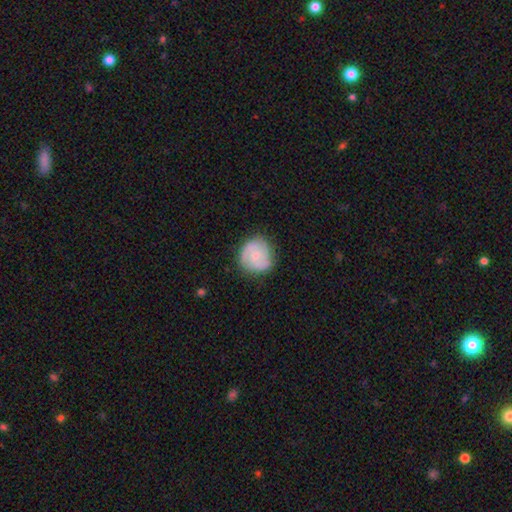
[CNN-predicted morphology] A featured or disk galaxy (58%) with no bar (70%), 2 (50%) tight (49%) spiral arms (88%) and a small central bulge (65%). Merging: none (76%).